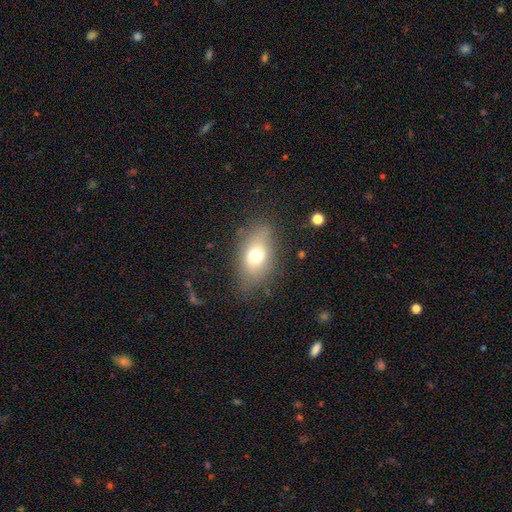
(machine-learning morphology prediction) smooth 69%, featured or disk 20%, star or artifact 11%. Down the decision tree: how rounded — in between (82%); merging — none (75%).